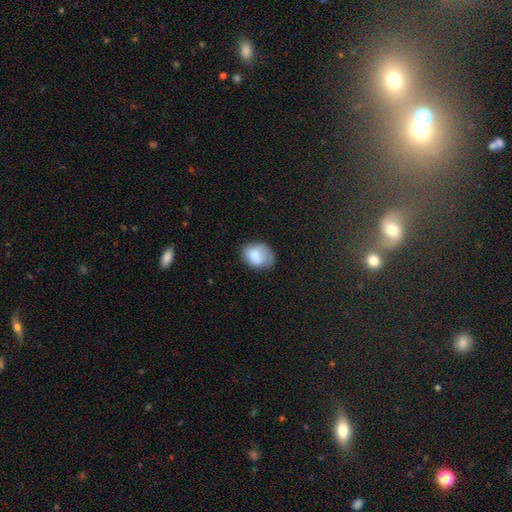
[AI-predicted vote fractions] Overall: smooth (80%). How rounded: in between (61%; round 38%). Merging: none (53%; minor disturbance 33%).